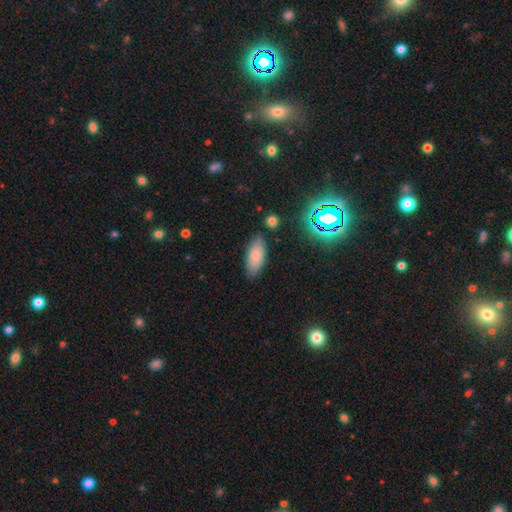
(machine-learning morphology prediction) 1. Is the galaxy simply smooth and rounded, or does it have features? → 79% smooth, 12% featured or disk, 10% star or artifact.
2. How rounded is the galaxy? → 85% in between, 13% cigar-shaped, 2% round.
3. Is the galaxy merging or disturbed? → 81% none, 13% minor disturbance, 3% merger, 3% major disturbance.